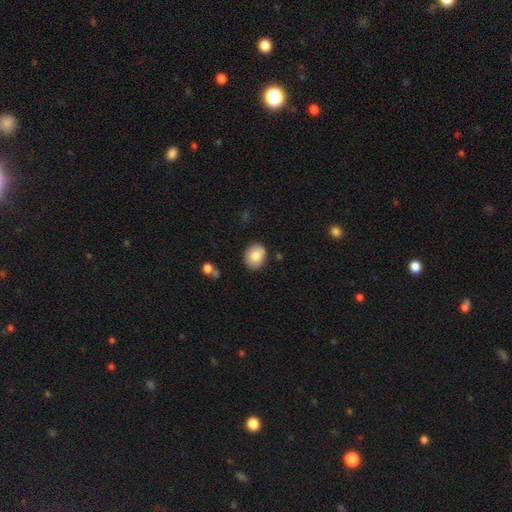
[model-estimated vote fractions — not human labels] This appears to be a smooth galaxy with no disk features (82%) that is in between round and cigar-shaped (55%). Merging: none (85%).